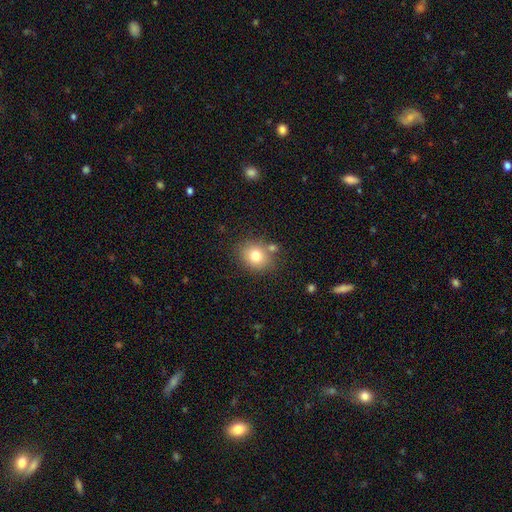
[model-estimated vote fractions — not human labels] Overall: smooth (77%). How rounded: round (63%; in between 36%). Merging: none (75%).